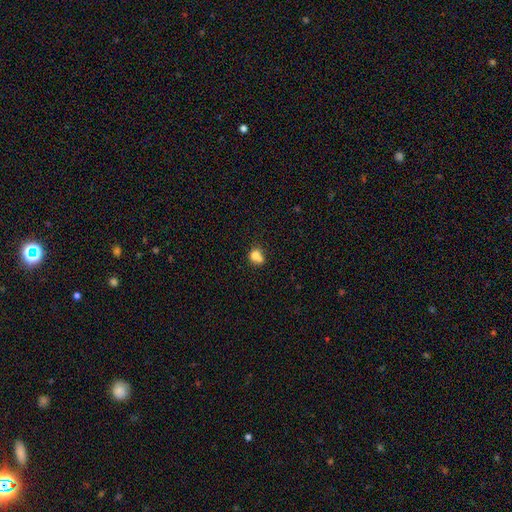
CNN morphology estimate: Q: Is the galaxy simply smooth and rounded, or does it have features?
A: smooth — 75%.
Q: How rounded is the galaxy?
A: round — 69%.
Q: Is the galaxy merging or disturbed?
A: merger — 45%.